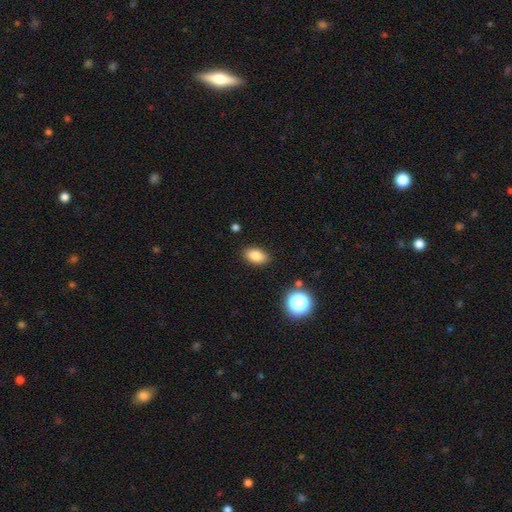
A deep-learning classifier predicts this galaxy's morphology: A smooth galaxy with no disk features (83%) that is in between round and cigar-shaped (89%).

Vote fractions:
- Smooth or featured? smooth: 83% / star or artifact: 10% / featured or disk: 7%
- How rounded? in between: 89% / round: 9% / cigar-shaped: 2%
- Merging? none: 87% / minor disturbance: 9% / major disturbance: 2% / merger: 2%